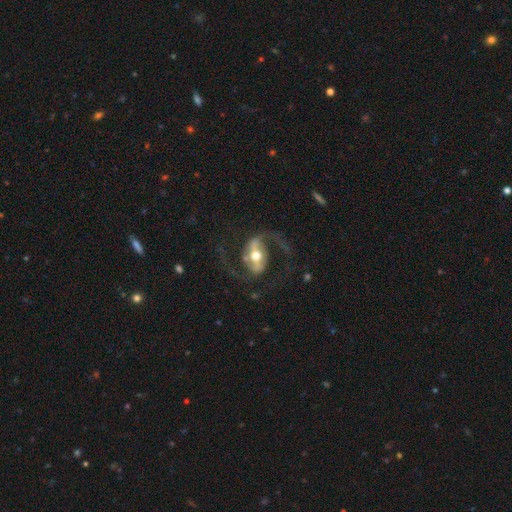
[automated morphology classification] A featured or disk galaxy (89%) with a strong bar (54%), 2 (93%) loose (46%, tied with medium) spiral arms (95%) and a moderate central bulge (72%).

Vote fractions:
- Smooth or featured? featured or disk: 89% / smooth: 6% / star or artifact: 5%
- Edge-on disk? no: 97% / yes: 3%
- Bar? strong: 54% / weak: 31% / no: 14%
- Spiral arms? yes: 95% / no: 5%
- Spiral winding? loose: 46% (tied) / medium: 46% (tied) / tight: 8%
- Spiral arm count? 2: 93% / 1: 2% / can't tell: 2% / 3: 1% / 4: 1% / more than 4: 1%
- Bulge size? moderate: 72% / large: 14% / small: 12% / dominant: 1% / none: 1%
- Merging? none: 71% / major disturbance: 15% / minor disturbance: 12% / merger: 2%